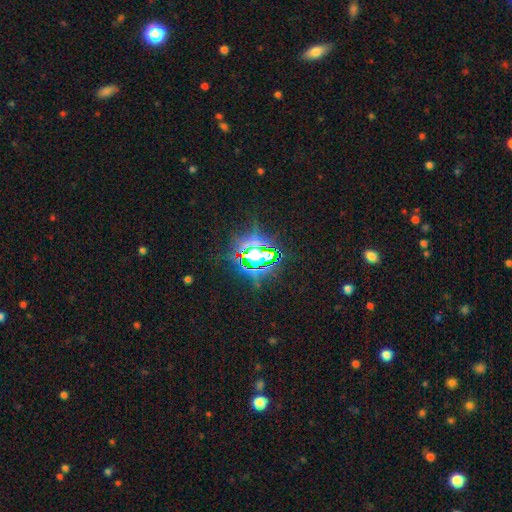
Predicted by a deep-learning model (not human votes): Overall: star or artifact (76%).